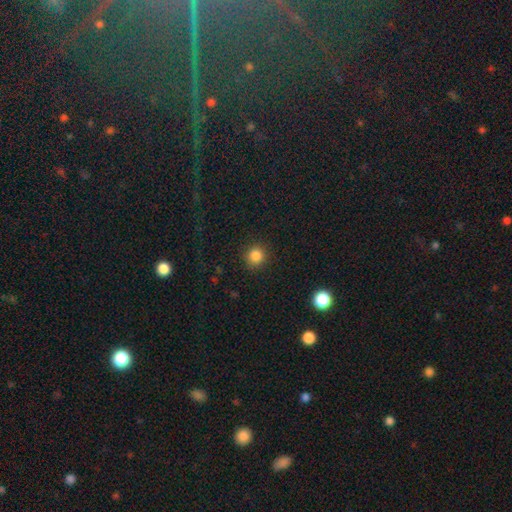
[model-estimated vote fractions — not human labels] smooth_or_featured: smooth (p=0.85) [alt: star or artifact p=0.12]
how_rounded: round (p=0.92) [alt: in between p=0.07]
merging: none (p=0.90) [alt: minor disturbance p=0.06]